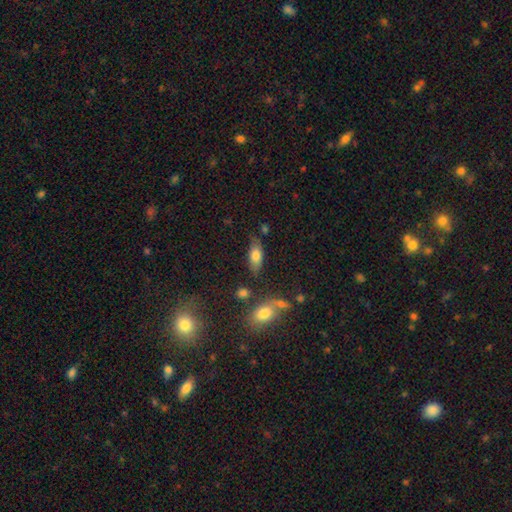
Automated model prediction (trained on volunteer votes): This is likely a smooth galaxy (75%). How rounded: clearly in between (82%). Merging: likely none (65%).